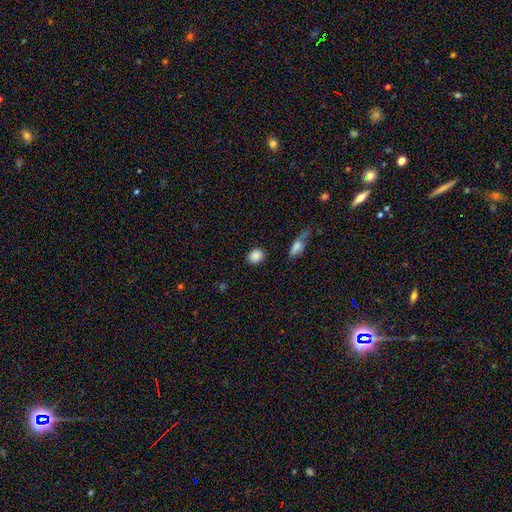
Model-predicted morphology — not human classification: Q: Smooth or featured?
A: smooth (87%); runner-up: star or artifact (9%)
Q: How rounded?
A: round (64%); runner-up: in between (34%)
Q: Merging?
A: none (88%); runner-up: minor disturbance (8%)